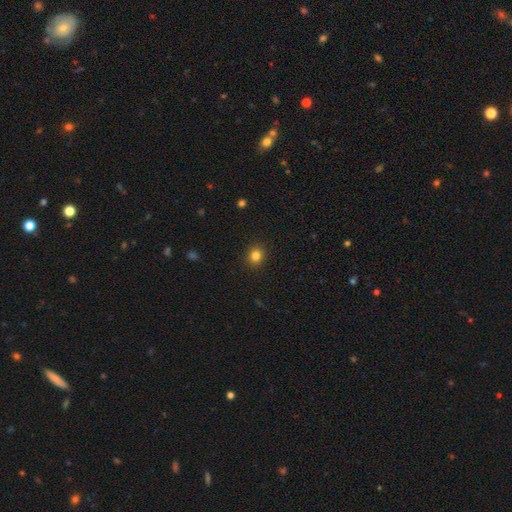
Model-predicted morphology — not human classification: A smooth galaxy with no disk features (82%) that is round (82%).

Vote fractions:
- Smooth or featured? smooth: 82% / star or artifact: 13% / featured or disk: 5%
- How rounded? round: 82% / in between: 17% / cigar-shaped: 1%
- Merging? none: 91% / minor disturbance: 6% / major disturbance: 2% / merger: 1%